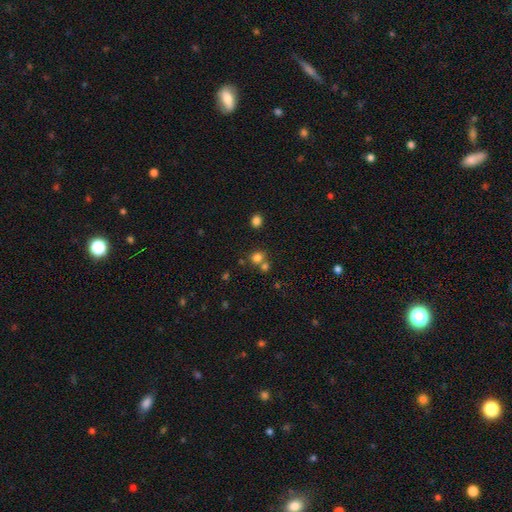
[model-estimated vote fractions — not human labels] Smooth or featured? Predicted: smooth (p=0.76). How rounded? Predicted: round (p=0.75). Merging? Predicted: none (p=0.55).